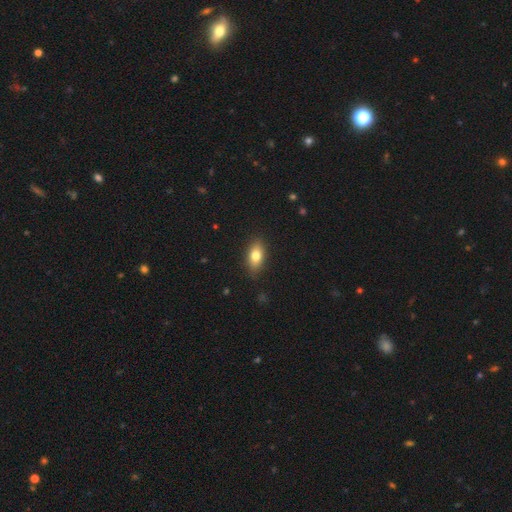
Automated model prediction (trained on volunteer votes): Smooth or featured?
  - smooth: 77% *
  - featured or disk: 15%
  - star or artifact: 8%
How rounded?
  - in between: 84% *
  - cigar-shaped: 8%
  - round: 8%
Merging?
  - none: 86% *
  - minor disturbance: 10%
  - major disturbance: 2%
  - merger: 1%